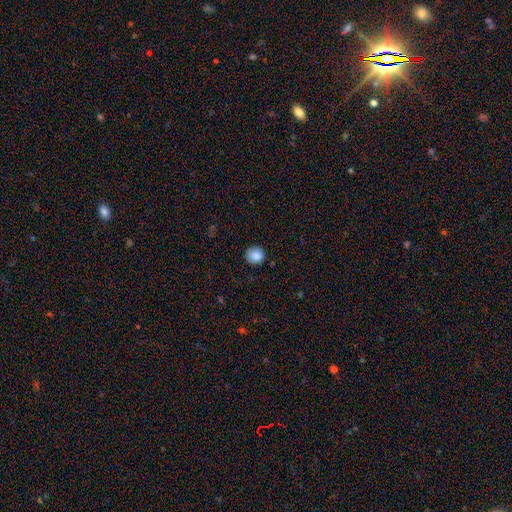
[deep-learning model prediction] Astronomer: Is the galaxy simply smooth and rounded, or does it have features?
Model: smooth — 86%.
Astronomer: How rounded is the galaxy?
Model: round — 92%.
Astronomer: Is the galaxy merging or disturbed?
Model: none — 88%.